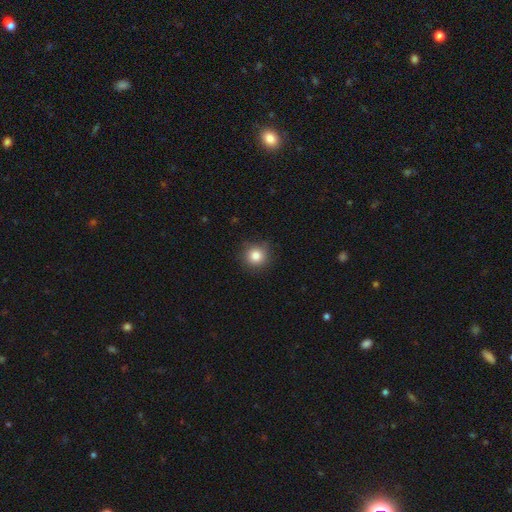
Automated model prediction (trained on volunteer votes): smooth 83%, star or artifact 11%, featured or disk 6%. Down the decision tree: how rounded — round (92%); merging — none (86%).